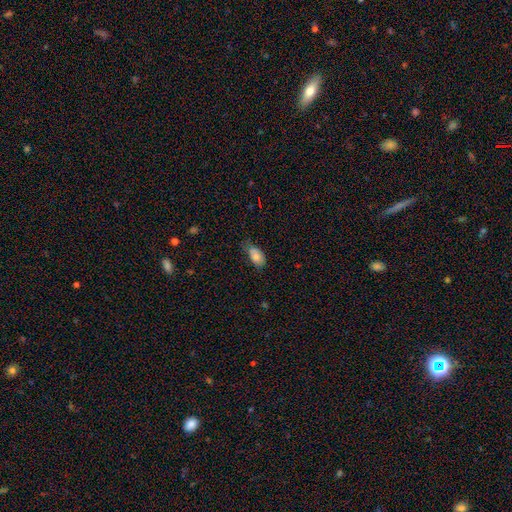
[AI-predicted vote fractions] This appears to be a smooth galaxy with no disk features (79%) that is in between round and cigar-shaped (91%). Merging: none (49%).